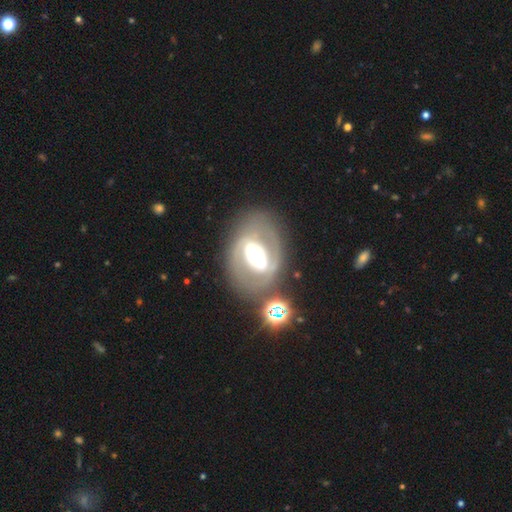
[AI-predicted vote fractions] Smooth or featured: featured or disk — 71% (smooth — 21%)
Edge-on disk: no — 95% (yes — 5%)
Bar: no — 39% (strong — 33%)
Spiral arms: no — 53% (yes — 47%)
Bulge size: moderate — 50% (large — 36%)
Merging: none — 64% (minor disturbance — 15%)